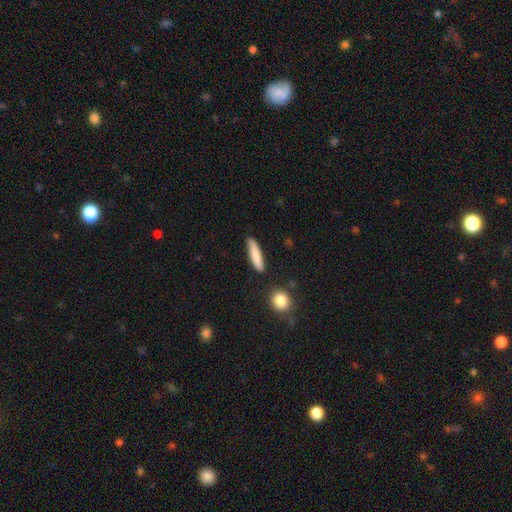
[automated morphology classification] type=smooth (81%); roundness=cigar-shaped (82%); merging=none (84%).